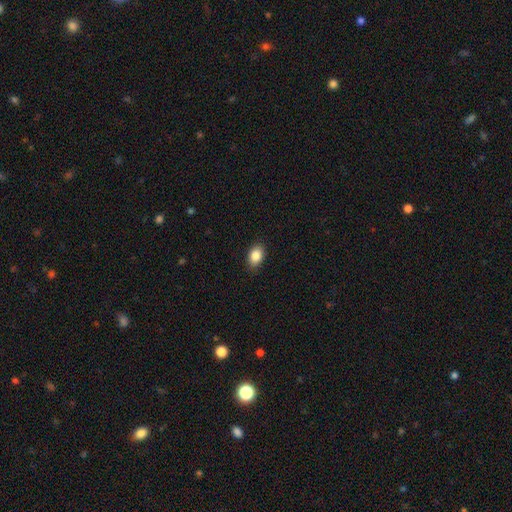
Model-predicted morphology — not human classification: Overall: smooth (87%). How rounded: in between (82%). Merging: none (88%).